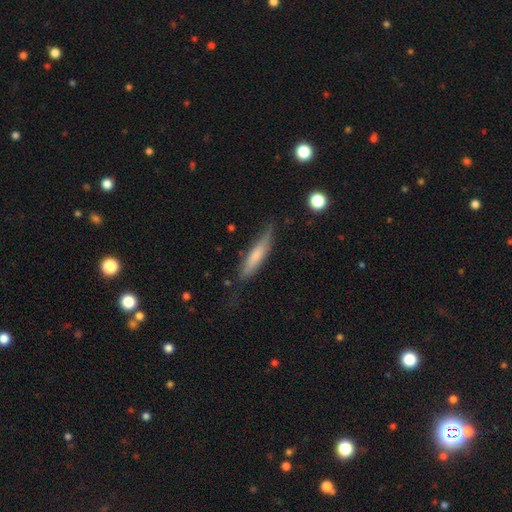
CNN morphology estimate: smooth_or_featured: smooth (p=0.63) [alt: featured or disk p=0.30]
how_rounded: cigar-shaped (p=0.82) [alt: in between p=0.17]
merging: none (p=0.65) [alt: minor disturbance p=0.26]